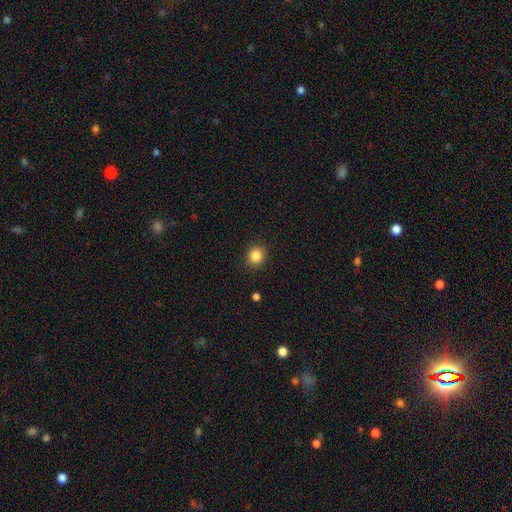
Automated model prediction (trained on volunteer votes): Morphology: type=smooth (85%); roundness=round (76%); merging=none (89%).